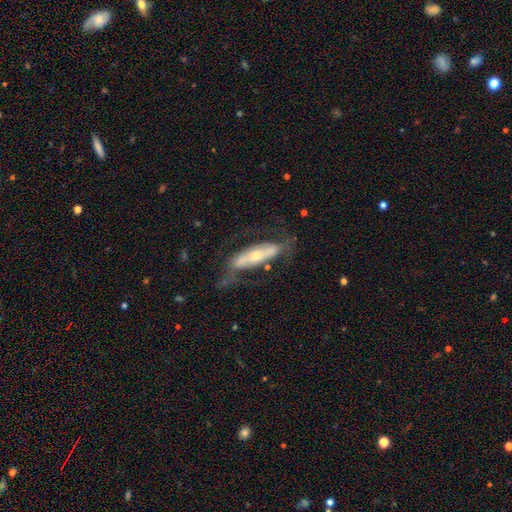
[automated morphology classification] Smooth or featured?
  - featured or disk: 70% *
  - smooth: 23%
  - star or artifact: 7%
Edge-on disk?
  - no: 70% *
  - yes: 30%
Merging?
  - none: 59% *
  - minor disturbance: 19%
  - major disturbance: 19%
  - merger: 3%